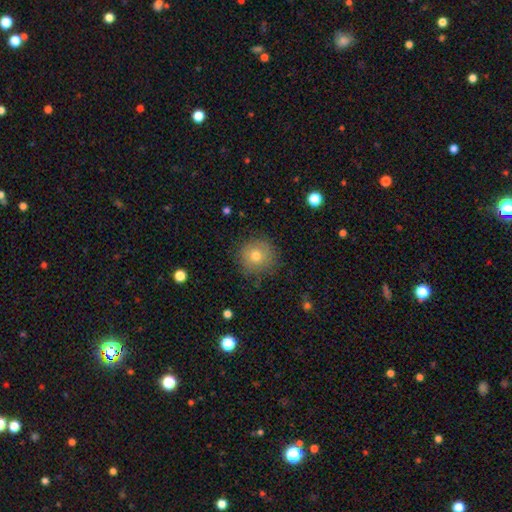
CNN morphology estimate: Smooth or featured: smooth — 71% (featured or disk — 18%)
How rounded: round — 92% (in between — 7%)
Merging: none — 79% (minor disturbance — 15%)